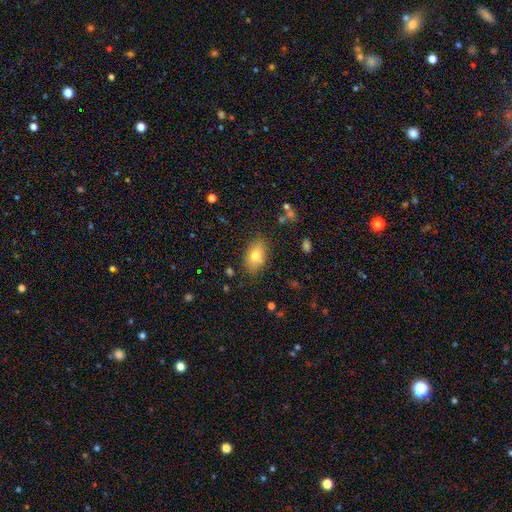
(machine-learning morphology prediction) This appears to be a smooth galaxy with no disk features (76%) that is in between round and cigar-shaped (86%). Merging: none (81%).